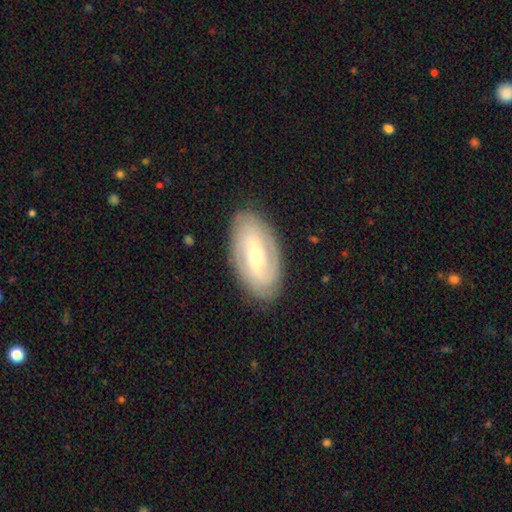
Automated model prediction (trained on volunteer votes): Morphology: type=featured or disk (76%); edge-on=no (92%); bar=weak (40%); spiral arms=yes (82%); winding=tight (55%); arm count=2 (52%); bulge=small (54%); merging=none (85%).